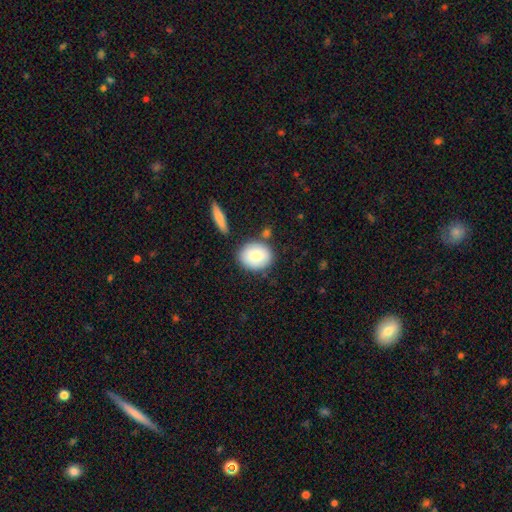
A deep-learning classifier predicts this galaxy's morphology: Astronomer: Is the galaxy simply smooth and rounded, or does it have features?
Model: smooth — 81%.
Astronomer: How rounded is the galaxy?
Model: round — 58% (runner-up: in between, 40%).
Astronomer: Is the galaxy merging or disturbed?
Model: none — 77%.